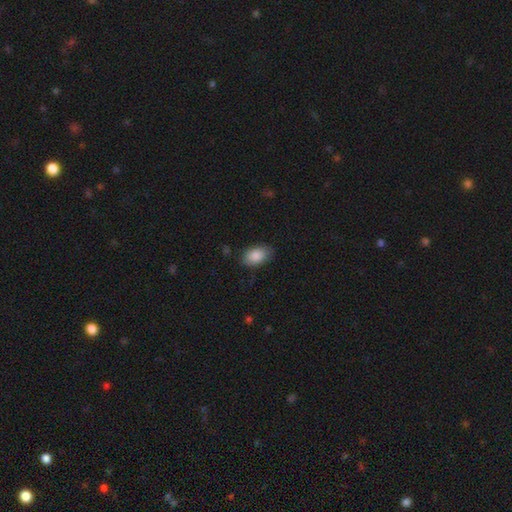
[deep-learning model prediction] This is clearly a smooth galaxy (88%). How rounded: clearly in between (92%). Merging: clearly none (82%).